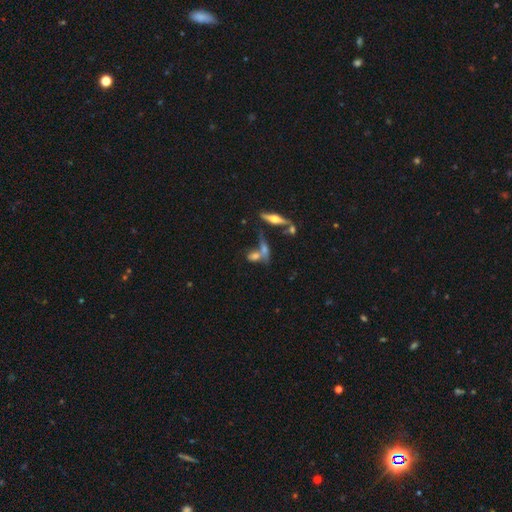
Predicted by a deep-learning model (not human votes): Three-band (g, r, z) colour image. It shows a smooth galaxy with no disk features (45%). Merging: merger (40%).